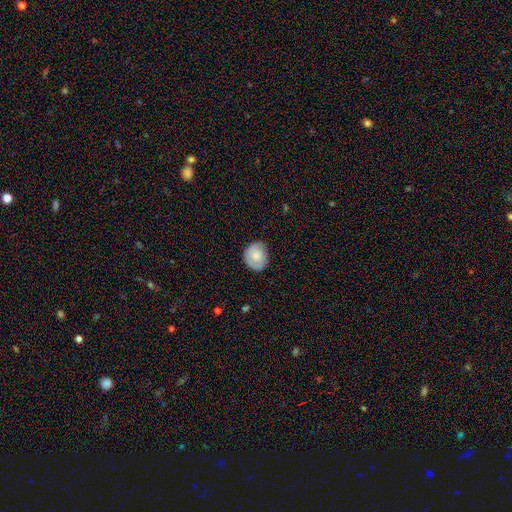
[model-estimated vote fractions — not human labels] Q: Smooth or featured?
A: smooth (71%); runner-up: featured or disk (22%)
Q: How rounded?
A: round (69%); runner-up: in between (30%)
Q: Merging?
A: none (73%); runner-up: minor disturbance (21%)